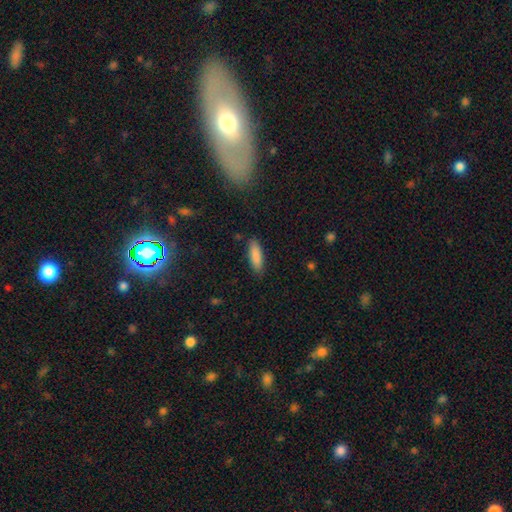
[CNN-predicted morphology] smooth-or-featured: smooth: 87% | star or artifact: 7% | featured or disk: 6%
  how-rounded: in between: 54% | cigar-shaped: 44% | round: 2%
  merging: none: 85% | minor disturbance: 11% | major disturbance: 2% | merger: 1%